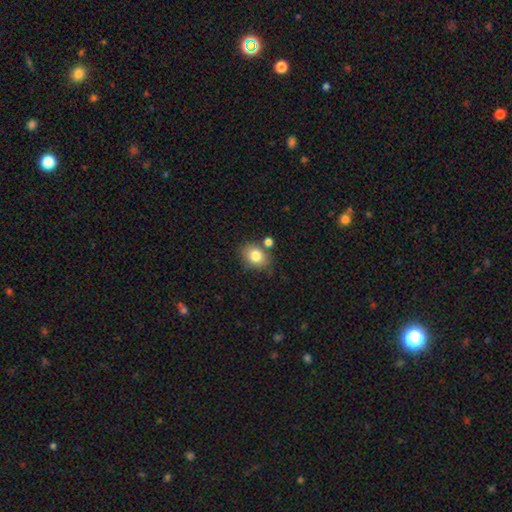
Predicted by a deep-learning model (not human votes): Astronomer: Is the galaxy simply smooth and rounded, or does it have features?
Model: smooth — 81%.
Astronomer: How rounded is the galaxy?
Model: in between — 55% (runner-up: round, 44%).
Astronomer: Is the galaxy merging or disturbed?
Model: none — 69%.